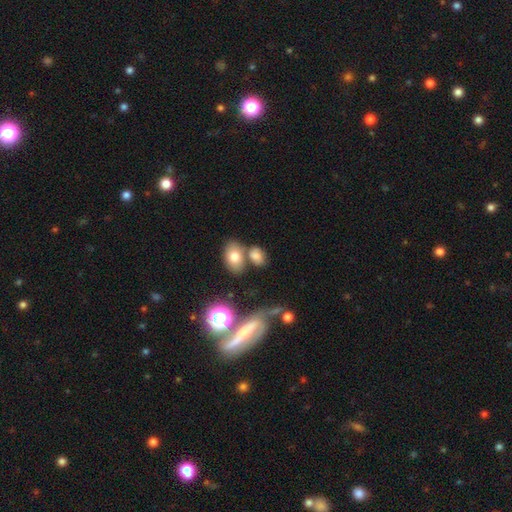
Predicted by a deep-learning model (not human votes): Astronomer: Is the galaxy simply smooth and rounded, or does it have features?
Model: smooth — 72%.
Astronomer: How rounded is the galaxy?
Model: in between — 80%.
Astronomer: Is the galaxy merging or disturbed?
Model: none — 54%.